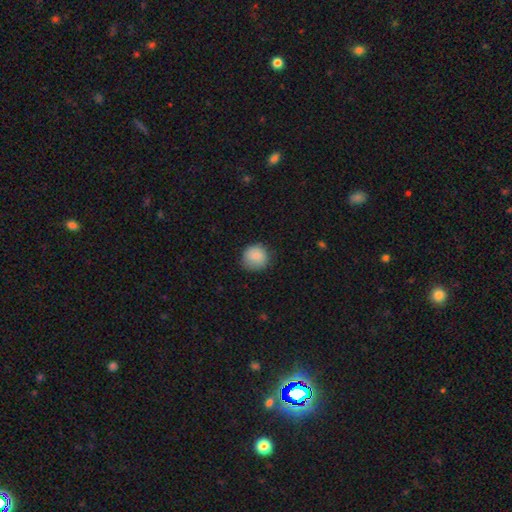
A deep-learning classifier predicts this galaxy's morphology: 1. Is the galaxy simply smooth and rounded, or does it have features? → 86% smooth, 8% star or artifact, 7% featured or disk.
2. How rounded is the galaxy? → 90% round, 9% in between, 1% cigar-shaped.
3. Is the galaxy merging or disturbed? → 81% none, 15% minor disturbance, 4% major disturbance, 1% merger.